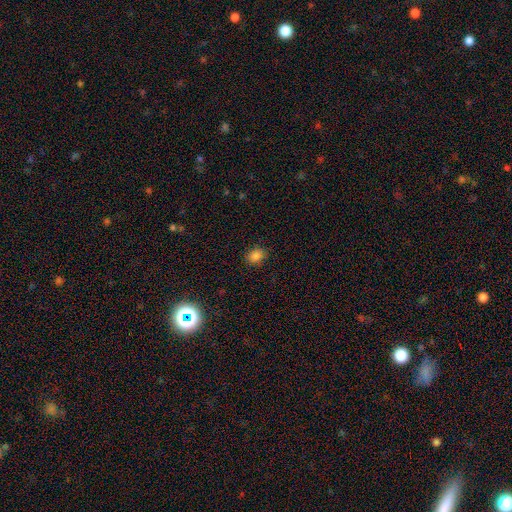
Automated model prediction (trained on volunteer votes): Overall: smooth (84%). How rounded: in between (65%; round 34%). Merging: none (87%).